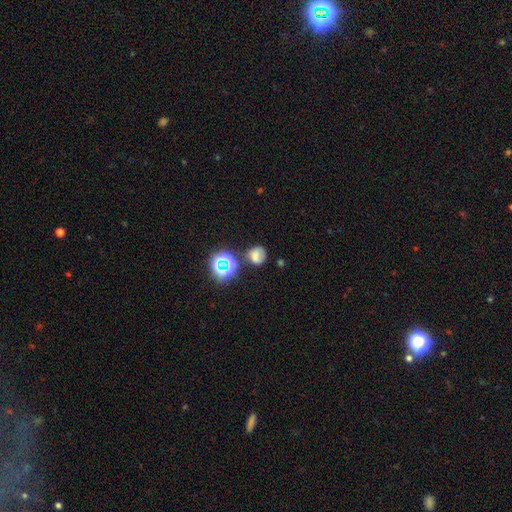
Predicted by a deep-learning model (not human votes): smooth_or_featured: smooth (p=0.64) [alt: star or artifact p=0.22]
how_rounded: round (p=0.76) [alt: in between p=0.23]
merging: none (p=0.65) [alt: minor disturbance p=0.19]